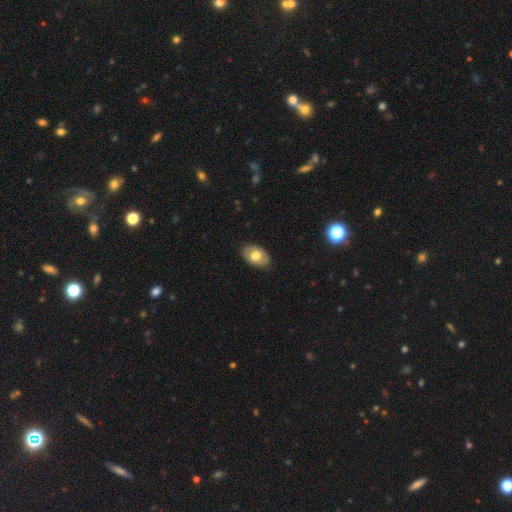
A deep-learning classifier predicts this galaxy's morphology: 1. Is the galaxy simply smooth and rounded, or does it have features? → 70% smooth, 23% featured or disk, 6% star or artifact.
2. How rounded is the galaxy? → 89% in between, 10% round, 1% cigar-shaped.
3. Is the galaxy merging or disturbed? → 86% none, 11% minor disturbance, 2% major disturbance, 1% merger.